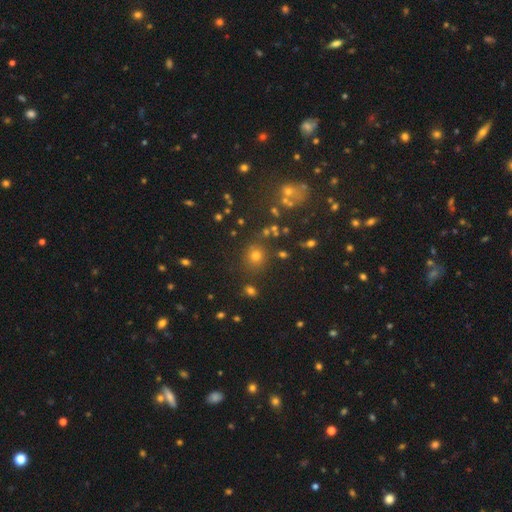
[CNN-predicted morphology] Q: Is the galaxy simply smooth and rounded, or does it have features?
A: smooth — 66%.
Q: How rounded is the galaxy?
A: round — 84%.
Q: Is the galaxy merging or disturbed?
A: none — 82%.